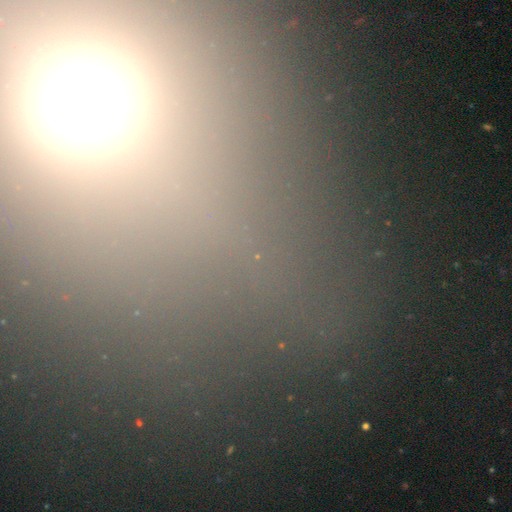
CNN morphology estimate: Smooth or featured? Predicted: star or artifact (p=0.64).